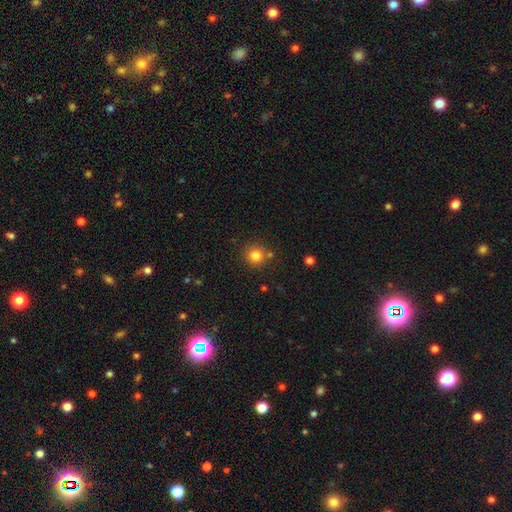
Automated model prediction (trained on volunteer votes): Overall: smooth (81%). How rounded: round (93%). Merging: none (82%).